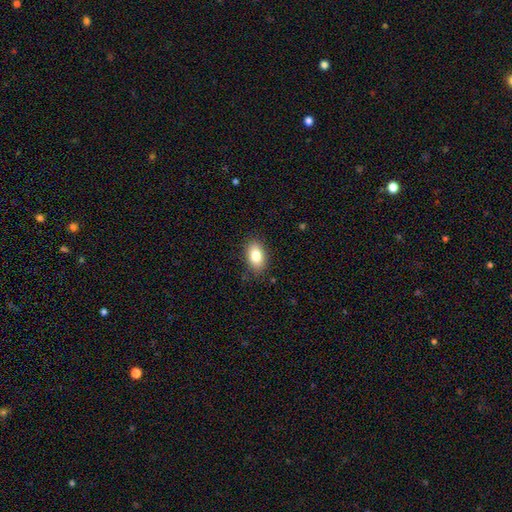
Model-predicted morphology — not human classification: A smooth galaxy with no disk features (82%) that is in between round and cigar-shaped (89%).

Vote fractions:
- Smooth or featured? smooth: 82% / featured or disk: 10% / star or artifact: 8%
- How rounded? in between: 89% / round: 9% / cigar-shaped: 2%
- Merging? none: 86% / minor disturbance: 11% / major disturbance: 3% / merger: 1%